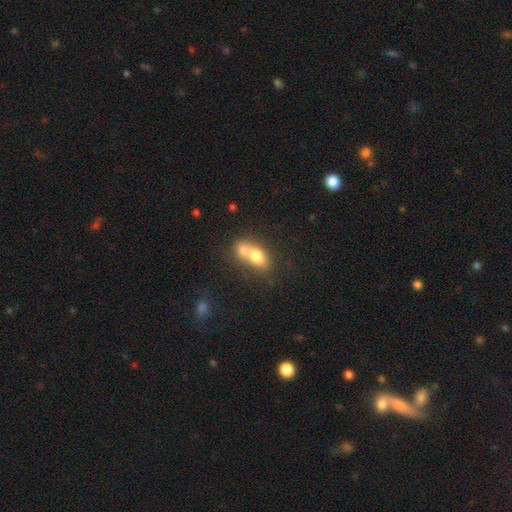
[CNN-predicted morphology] A smooth galaxy with no disk features (71%) that is in between round and cigar-shaped (78%). Merging: merger (66%).